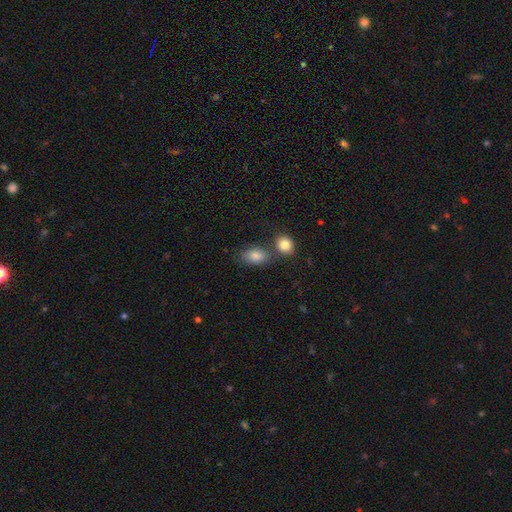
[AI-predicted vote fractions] The model was most divided on "merging": none: 56%, merger: 24%, minor disturbance: 15%, major disturbance: 5%. More confident: how rounded — in between (85%); smooth or featured — smooth (84%).